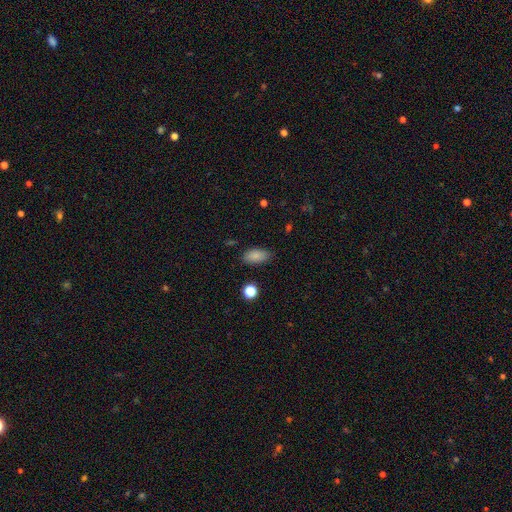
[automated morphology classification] Overall: smooth (85%). How rounded: in between (91%). Merging: none (80%).